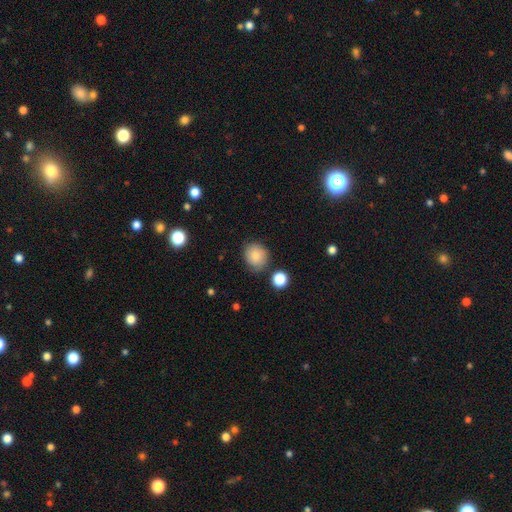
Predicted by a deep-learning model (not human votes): Smooth or featured? Predicted: smooth (p=0.83). How rounded? Predicted: round (p=0.76). Merging? Predicted: none (p=0.77).